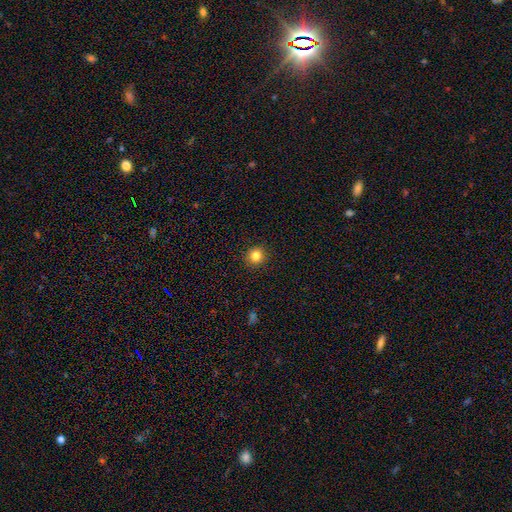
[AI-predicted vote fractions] The model was most divided on "smooth or featured": smooth: 82%, star or artifact: 12%, featured or disk: 6%. More confident: how rounded — round (93%); merging — none (92%).